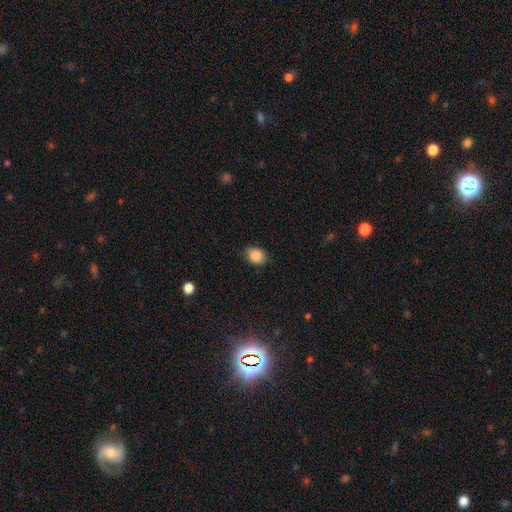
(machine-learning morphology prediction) A smooth galaxy with no disk features (88%) that is in between round and cigar-shaped (56%).

Vote fractions:
- Smooth or featured? smooth: 88% / star or artifact: 8% / featured or disk: 4%
- How rounded? in between: 56% / round: 43% / cigar-shaped: 1%
- Merging? none: 80% / minor disturbance: 15% / major disturbance: 3% / merger: 1%